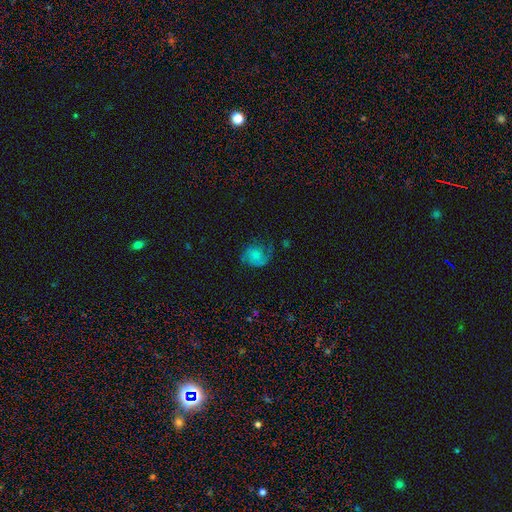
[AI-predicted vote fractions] Smooth or featured? featured or disk (53%)
Edge-on disk? no (98%)
Bar? no (75%)
Spiral arms? yes (87%)
Bulge size? small (33%)
Merging? none (49%)